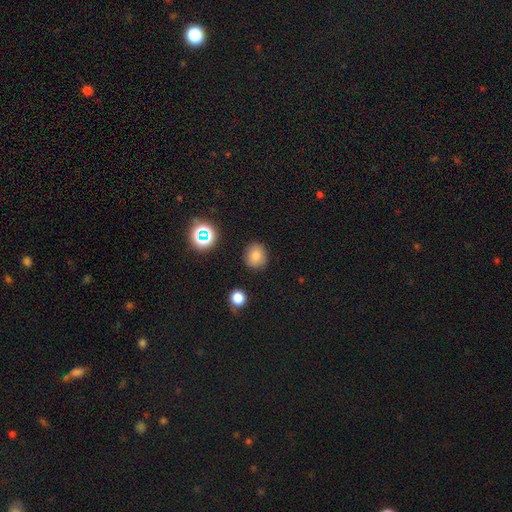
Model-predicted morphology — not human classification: Q: Smooth or featured?
A: smooth (78%); runner-up: star or artifact (15%)
Q: How rounded?
A: round (76%); runner-up: in between (23%)
Q: Merging?
A: none (86%); runner-up: minor disturbance (10%)